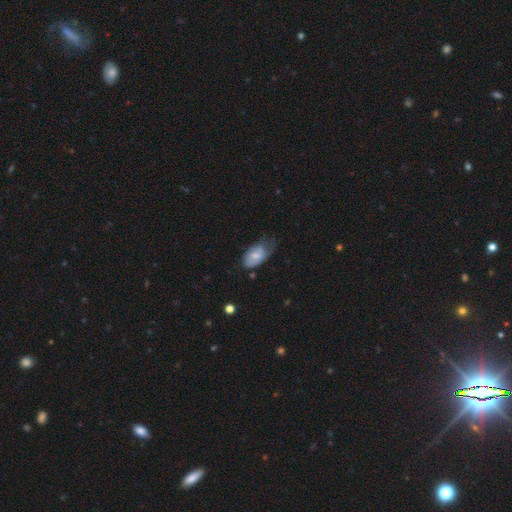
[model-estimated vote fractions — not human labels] Smooth or featured? smooth (62%)
How rounded? in between (92%)
Merging? minor disturbance (42%)